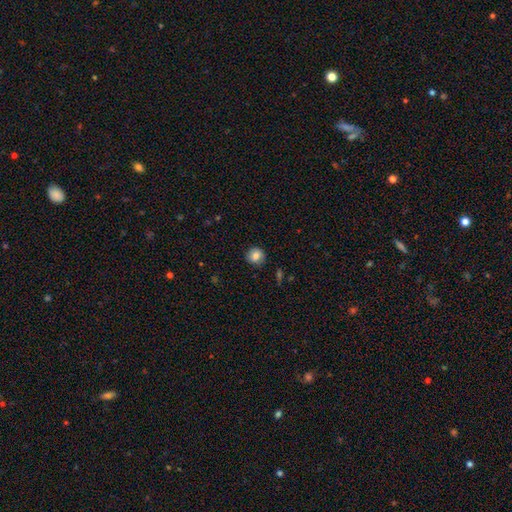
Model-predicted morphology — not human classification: A smooth galaxy with no disk features (82%) that is round (91%). Merging: none (87%).